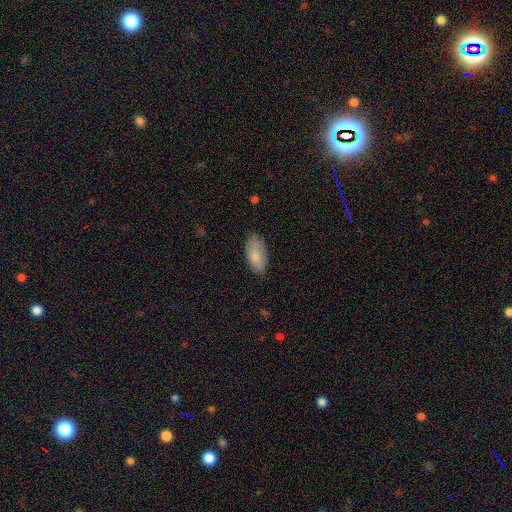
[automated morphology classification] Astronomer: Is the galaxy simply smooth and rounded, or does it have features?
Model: smooth — 84%.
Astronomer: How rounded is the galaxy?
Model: in between — 92%.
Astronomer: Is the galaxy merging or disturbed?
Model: none — 78%.